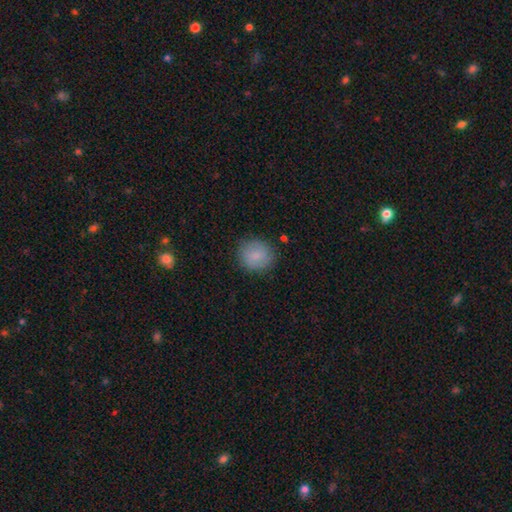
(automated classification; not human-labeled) This is clearly a smooth galaxy (85%). How rounded: clearly round (86%). Merging: clearly none (85%).